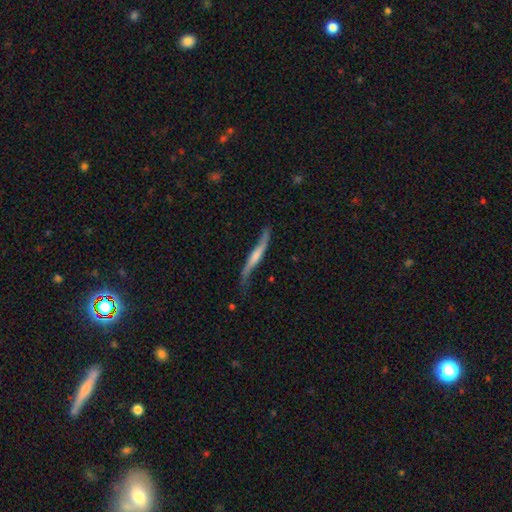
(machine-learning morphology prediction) Smooth or featured? Predicted: featured or disk (p=0.74). Edge-on disk? Predicted: yes (p=0.78). Edge-on bulge? Predicted: rounded (p=0.56). Merging? Predicted: none (p=0.66).